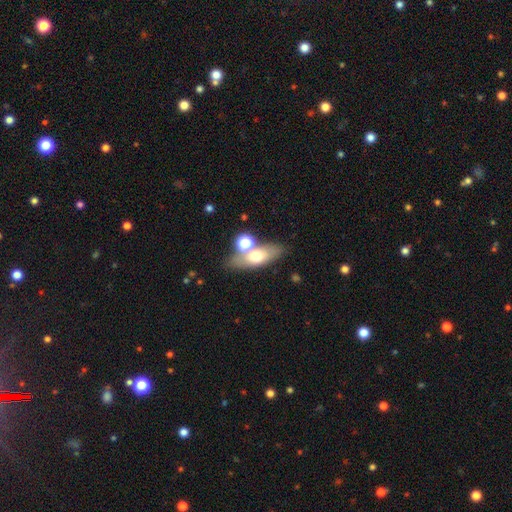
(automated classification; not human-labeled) A smooth galaxy with no disk features (58%) that is in between round and cigar-shaped (61%). Merging: none (61%).